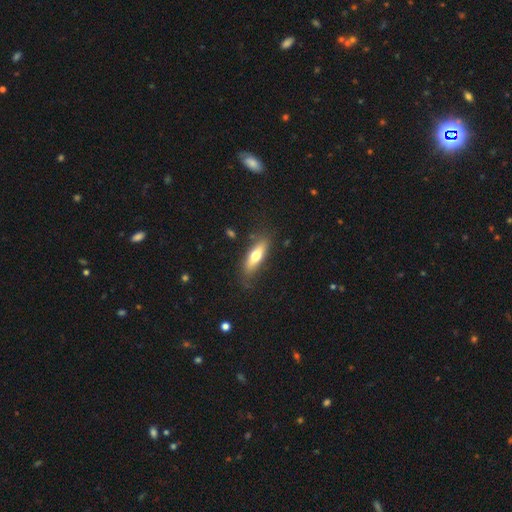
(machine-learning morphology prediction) smooth 59%, featured or disk 35%, star or artifact 6%. Down the decision tree: how rounded — cigar-shaped (52%); merging — none (78%).